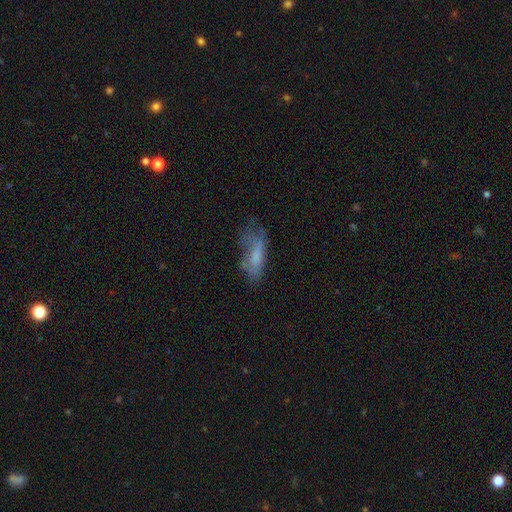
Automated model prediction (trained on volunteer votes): Smooth or featured? smooth (61%)
How rounded? in between (64%)
Merging? none (41%)